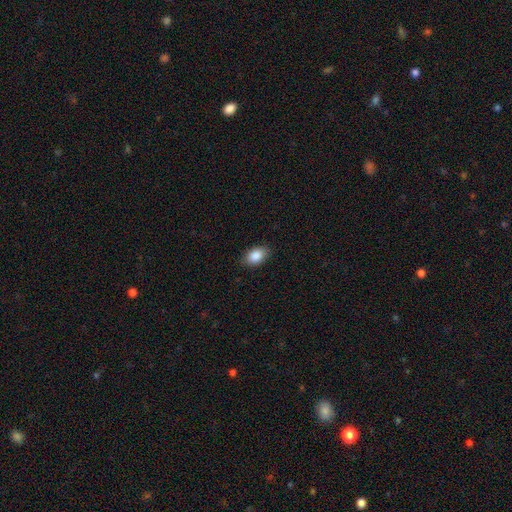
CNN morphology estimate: smooth-or-featured: smooth: 88% | star or artifact: 7% | featured or disk: 5%
  how-rounded: in between: 88% | round: 10% | cigar-shaped: 1%
  merging: none: 86% | minor disturbance: 10% | major disturbance: 2% | merger: 1%